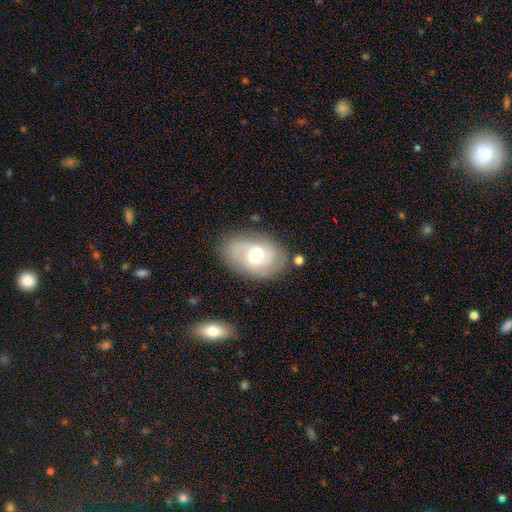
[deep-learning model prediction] A featured or disk galaxy (63%) with a weak bar (46%), spiral arms (82%) and a moderate central bulge (70%). Merging: none (76%).